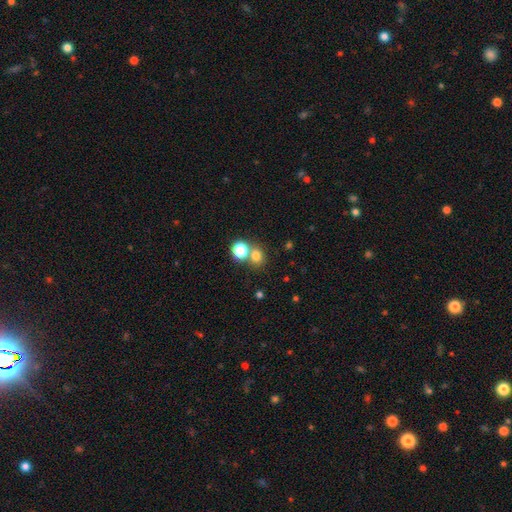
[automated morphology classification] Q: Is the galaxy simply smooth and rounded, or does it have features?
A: smooth — 75%.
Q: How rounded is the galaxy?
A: round — 79%.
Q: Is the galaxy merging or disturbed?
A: none — 55%.